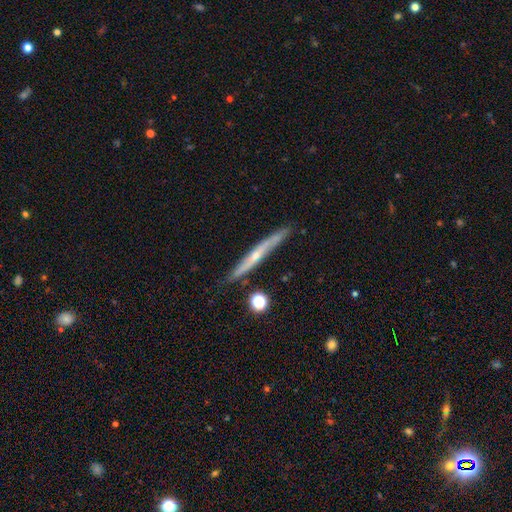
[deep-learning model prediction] This is likely a featured or disk galaxy (70%). It is clearly viewed edge-on (94%). Edge-on bulge: likely rounded (64%). Merging: clearly none (81%).